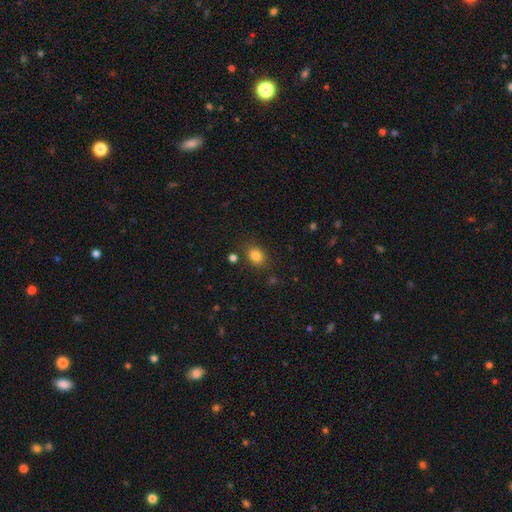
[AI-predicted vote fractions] Smooth or featured?
  - smooth: 83% *
  - star or artifact: 11%
  - featured or disk: 6%
How rounded?
  - in between: 60% *
  - round: 39%
  - cigar-shaped: 1%
Merging?
  - none: 82% *
  - minor disturbance: 11%
  - merger: 4%
  - major disturbance: 3%